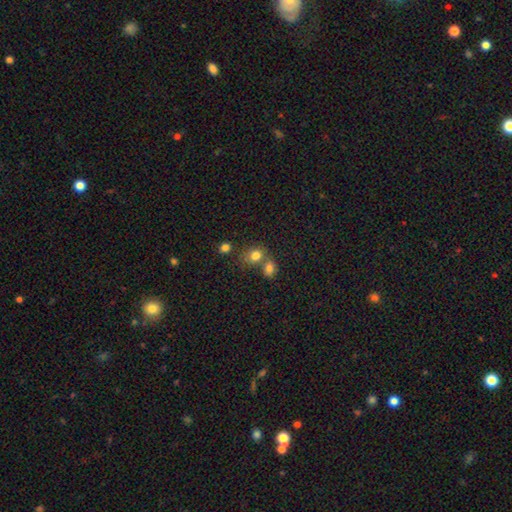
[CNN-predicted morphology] Q: Smooth or featured?
A: smooth (80%); runner-up: star or artifact (12%)
Q: How rounded?
A: round (56%); runner-up: in between (43%)
Q: Merging?
A: none (43%); runner-up: merger (42%)